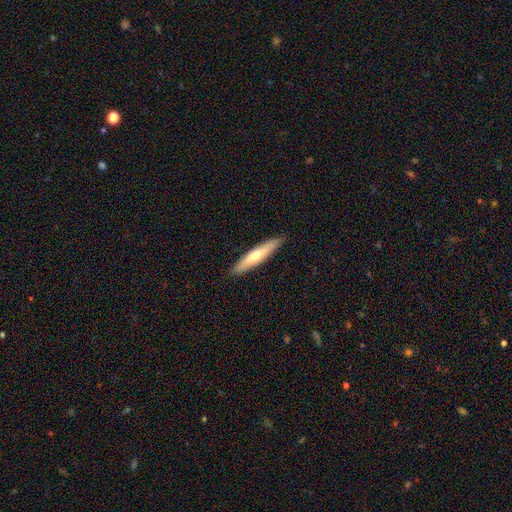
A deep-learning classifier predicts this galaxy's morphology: Smooth or featured?
  - smooth: 52% *
  - featured or disk: 43%
  - star or artifact: 5%
How rounded?
  - cigar-shaped: 86% *
  - in between: 13%
  - round: 1%
Merging?
  - none: 90% *
  - minor disturbance: 8%
  - major disturbance: 2%
  - merger: 1%